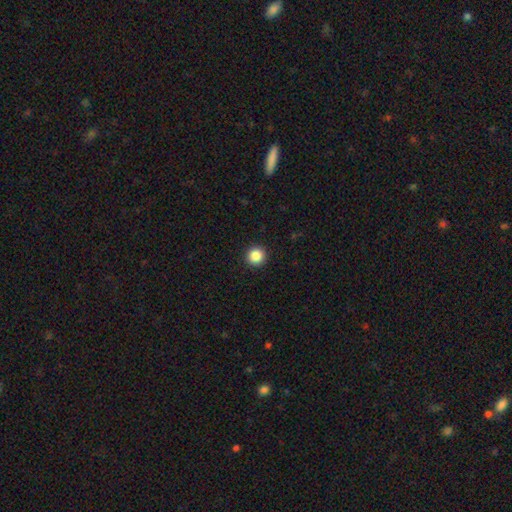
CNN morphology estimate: A smooth galaxy with no disk features (87%) that is round (96%). Merging: none (93%).